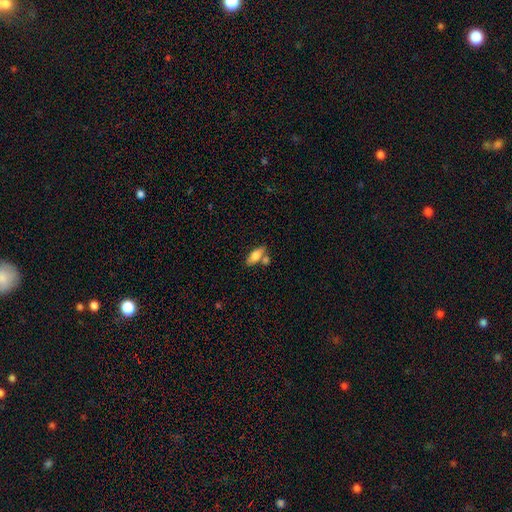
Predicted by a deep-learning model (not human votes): smooth 73%, featured or disk 20%, star or artifact 7%. Down the decision tree: how rounded — in between (78%); merging — none (62%).